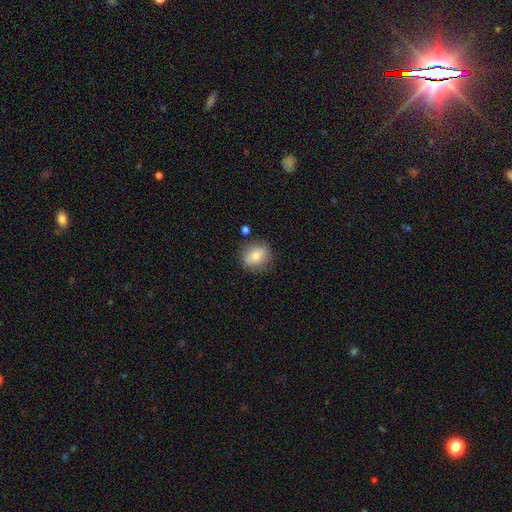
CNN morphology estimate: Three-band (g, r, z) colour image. It shows a smooth galaxy with no disk features (70%) that is round (74%). Merging: none (78%).